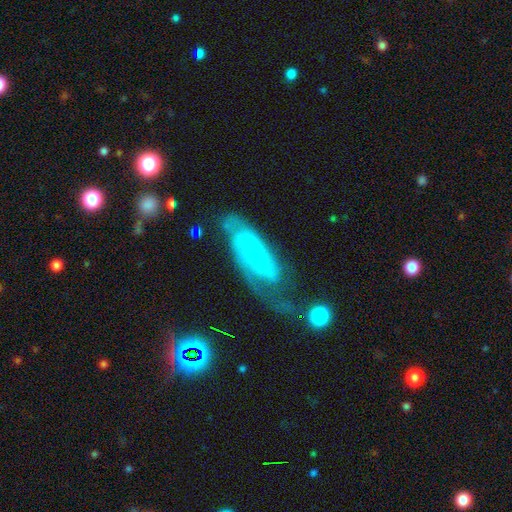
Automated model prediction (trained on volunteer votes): A featured or disk galaxy (80%) with no bar (65%), 2 (55%) medium (41%) spiral arms (90%) and a small central bulge (66%). Merging: none (45%).